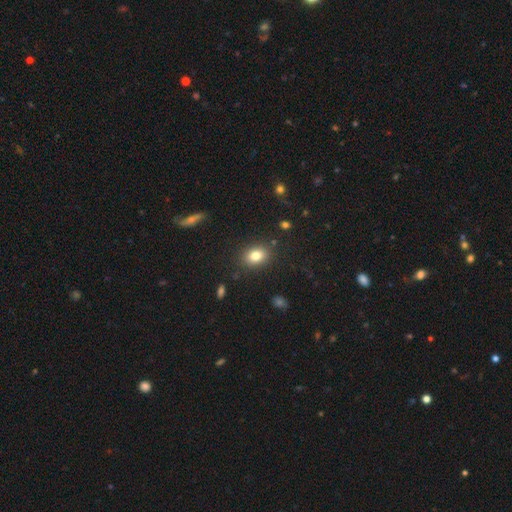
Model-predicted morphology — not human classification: smooth 81%, star or artifact 10%, featured or disk 9%. Down the decision tree: how rounded — in between (68%); merging — none (86%).